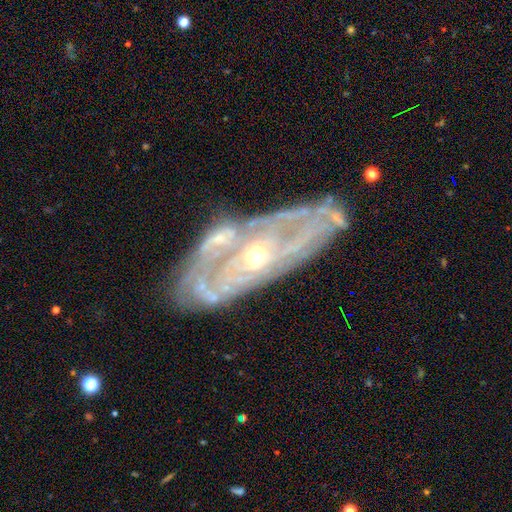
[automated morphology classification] Overall: featured or disk (84%). Edge-on disk: no (80%). Bar: no (64%). Spiral arms: yes (72%). Bulge size: moderate (50%; small 45%). Merging: none (73%).